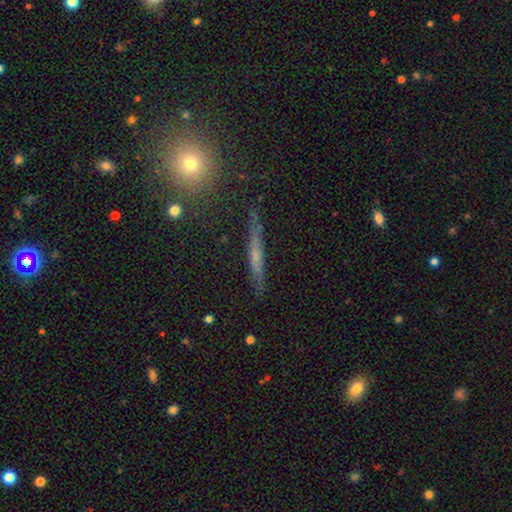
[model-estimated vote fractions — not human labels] Smooth or featured? featured or disk (47%)
Merging? none (80%)